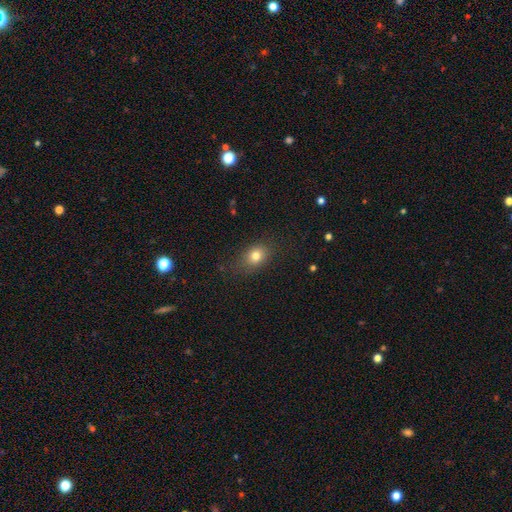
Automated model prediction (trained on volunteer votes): This is likely a smooth galaxy (78%). How rounded: possibly in between (59%). Merging: likely none (77%).